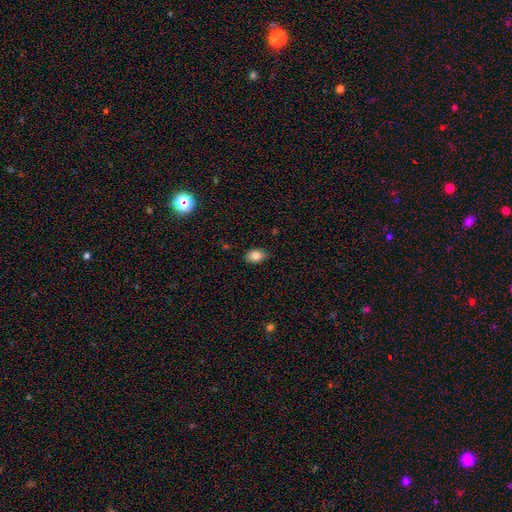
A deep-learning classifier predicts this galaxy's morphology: smooth-or-featured: smooth: 83% | star or artifact: 9% | featured or disk: 8%
  how-rounded: in between: 83% | round: 16% | cigar-shaped: 1%
  merging: none: 83% | minor disturbance: 14% | major disturbance: 2% | merger: 1%